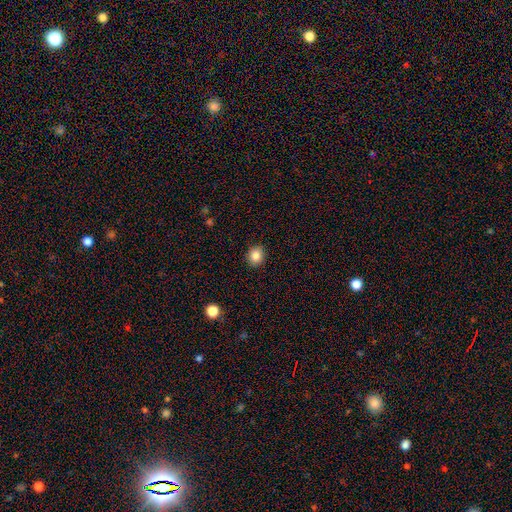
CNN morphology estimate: Smooth or featured? smooth (85%)
How rounded? round (74%)
Merging? none (91%)